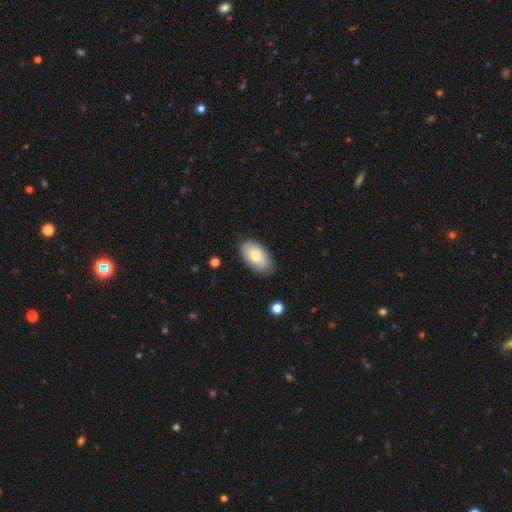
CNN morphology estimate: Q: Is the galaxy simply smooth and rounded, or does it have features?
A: smooth — 80%.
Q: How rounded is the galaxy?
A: in between — 95%.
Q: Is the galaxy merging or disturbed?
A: none — 84%.